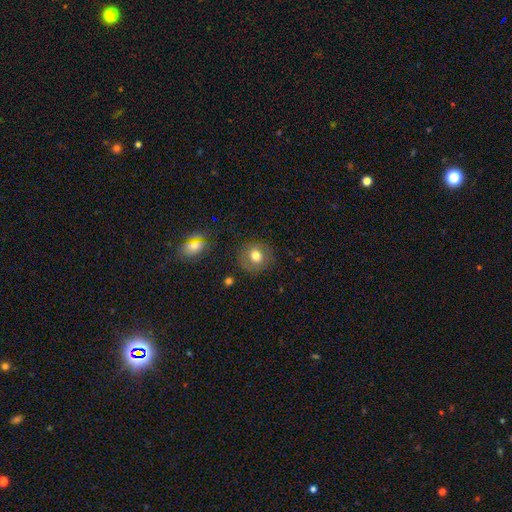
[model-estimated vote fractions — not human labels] A smooth galaxy with no disk features (71%) that is round (84%).

Vote fractions:
- Smooth or featured? smooth: 71% / featured or disk: 18% / star or artifact: 11%
- How rounded? round: 84% / in between: 15% / cigar-shaped: 1%
- Merging? none: 83% / minor disturbance: 11% / major disturbance: 4% / merger: 2%